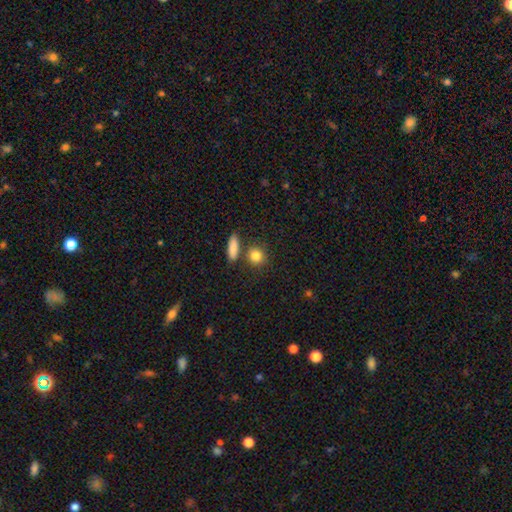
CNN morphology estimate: Overall: smooth (85%). How rounded: round (74%). Merging: none (71%).